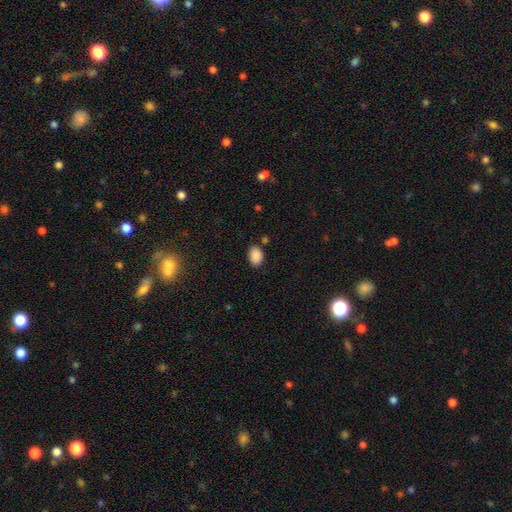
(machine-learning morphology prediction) Overall: smooth (88%). How rounded: in between (78%). Merging: none (80%).